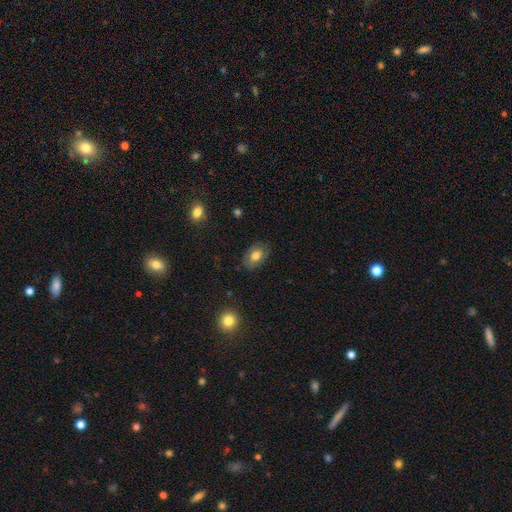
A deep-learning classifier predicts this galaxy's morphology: Smooth or featured: smooth — 69% (featured or disk — 23%)
How rounded: in between — 86% (round — 12%)
Merging: none — 79% (minor disturbance — 16%)